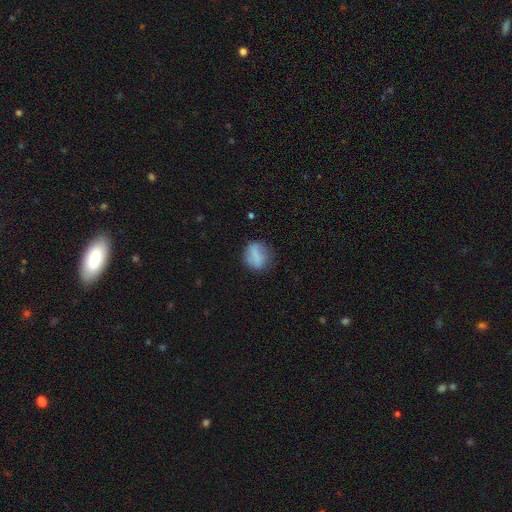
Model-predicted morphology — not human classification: smooth-or-featured: smooth: 75% | featured or disk: 16% | star or artifact: 9%
  how-rounded: round: 61% | in between: 36% | cigar-shaped: 3%
  merging: none: 72% | minor disturbance: 19% | major disturbance: 7% | merger: 2%